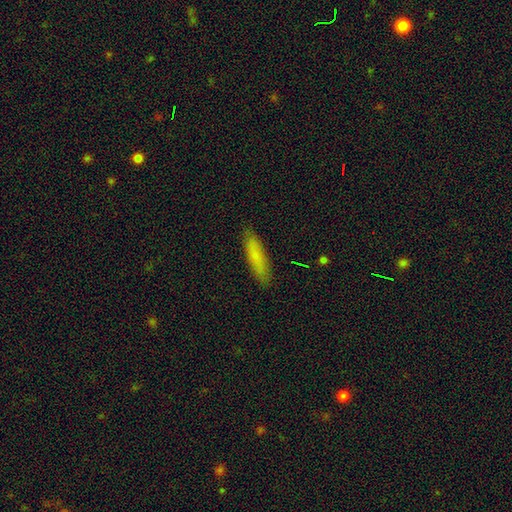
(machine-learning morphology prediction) The model was most divided on "how rounded": cigar-shaped: 74%, in between: 24%, round: 2%. More confident: merging — none (87%); smooth or featured — smooth (78%).